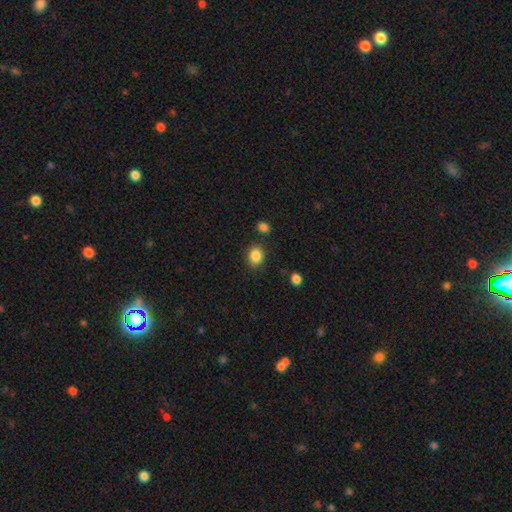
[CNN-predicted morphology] This is clearly a smooth galaxy (86%). How rounded: possibly round (52%). Merging: clearly none (83%).